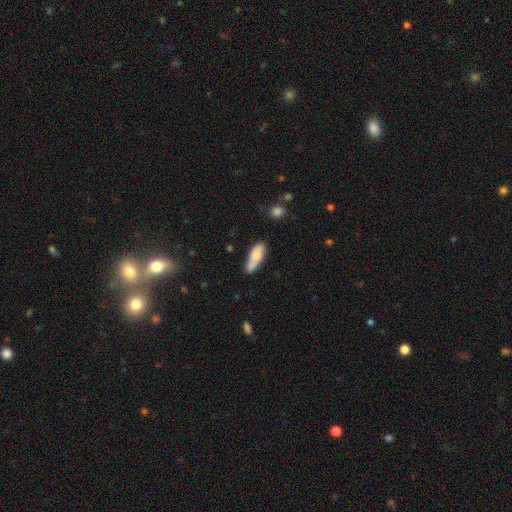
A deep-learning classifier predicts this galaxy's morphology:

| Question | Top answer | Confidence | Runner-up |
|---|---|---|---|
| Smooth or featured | smooth | 77% | featured or disk (17%) |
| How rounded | in between | 62% | cigar-shaped (36%) |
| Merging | none | 61% | minor disturbance (26%) |